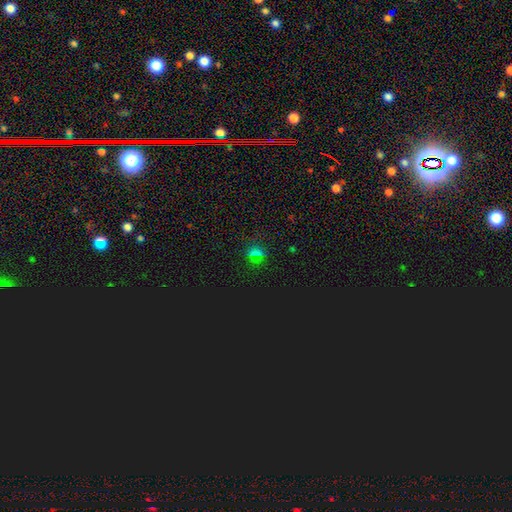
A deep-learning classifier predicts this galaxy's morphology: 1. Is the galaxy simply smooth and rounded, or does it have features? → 48% star or artifact, 44% smooth, 8% featured or disk.